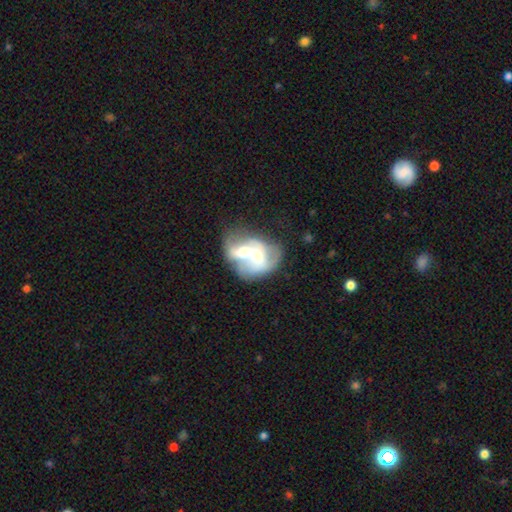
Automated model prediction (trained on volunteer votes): smooth-or-featured: featured or disk: 60% | smooth: 33% | star or artifact: 7%
  disk-edge-on: no: 97% | yes: 3%
    bar: no: 71% | weak: 22% | strong: 7%
    has-spiral-arms: no: 59% | yes: 41%
    bulge-size: moderate: 64% | small: 19% | large: 11% | none: 4% | dominant: 2%
  merging: merger: 74% | none: 11% | major disturbance: 8% | minor disturbance: 6%